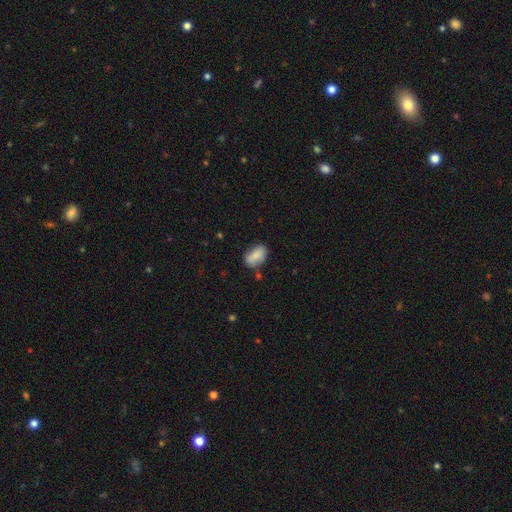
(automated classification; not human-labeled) A smooth galaxy with no disk features (81%) that is in between round and cigar-shaped (89%). Merging: none (63%).